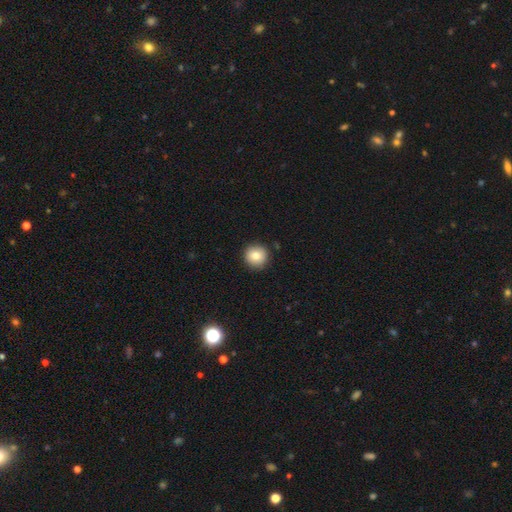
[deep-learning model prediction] smooth-or-featured: smooth: 81% | star or artifact: 10% | featured or disk: 9%
  how-rounded: round: 94% | in between: 5% | cigar-shaped: 1%
  merging: none: 90% | minor disturbance: 7% | major disturbance: 2% | merger: 1%